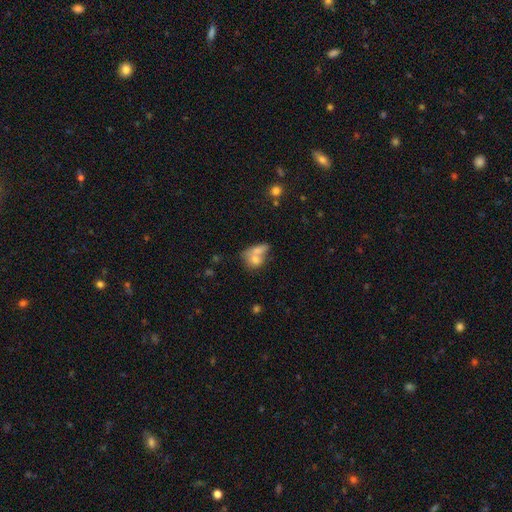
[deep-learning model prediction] Overall: smooth (72%). How rounded: in between (63%; round 33%). Merging: merger (62%; none 23%).